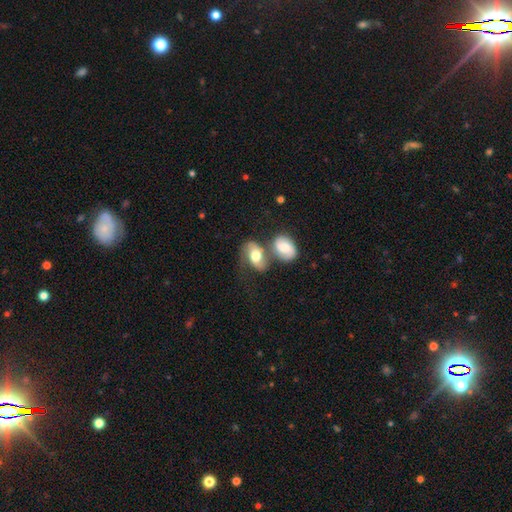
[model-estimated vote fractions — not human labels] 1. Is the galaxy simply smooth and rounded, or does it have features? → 57% featured or disk, 36% smooth, 7% star or artifact.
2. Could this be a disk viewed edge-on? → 95% no, 5% yes.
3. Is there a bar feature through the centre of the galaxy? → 51% no, 35% weak, 13% strong.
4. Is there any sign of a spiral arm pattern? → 86% yes, 14% no.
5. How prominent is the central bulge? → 56% moderate, 32% large, 7% small, 3% dominant, 2% none.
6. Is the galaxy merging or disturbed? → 50% merger, 27% none, 13% minor disturbance, 10% major disturbance.